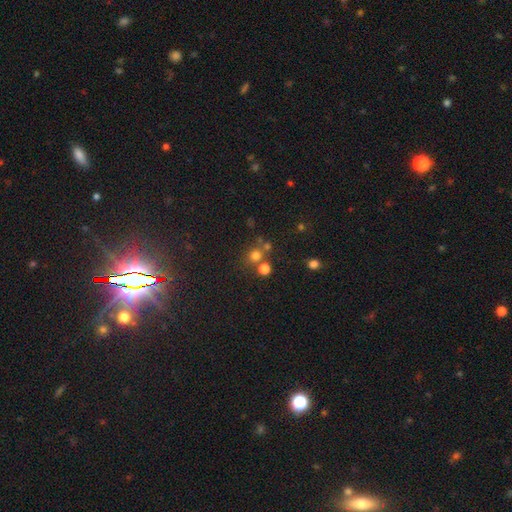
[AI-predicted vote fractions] A smooth galaxy with no disk features (71%) that is round (88%). Merging: none (66%).